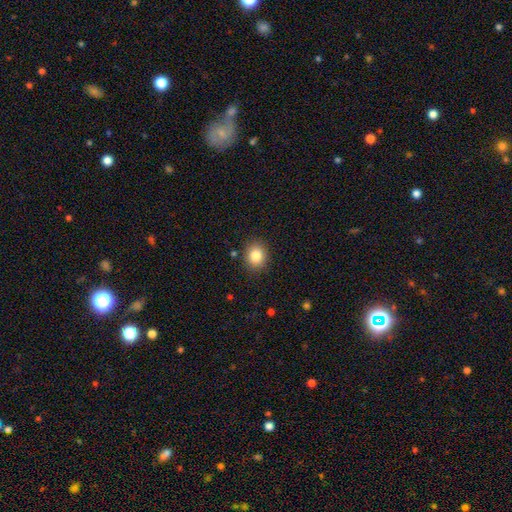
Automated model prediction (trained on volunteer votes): A smooth galaxy with no disk features (84%) that is round (68%).

Vote fractions:
- Smooth or featured? smooth: 84% / star or artifact: 10% / featured or disk: 6%
- How rounded? round: 68% / in between: 31% / cigar-shaped: 1%
- Merging? none: 88% / minor disturbance: 8% / major disturbance: 2% / merger: 1%